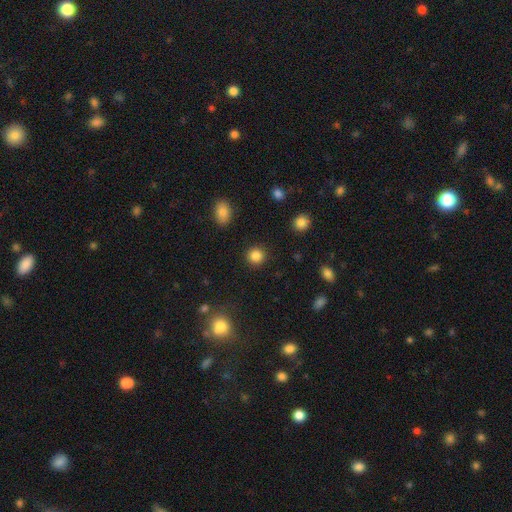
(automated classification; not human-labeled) The model was most divided on "smooth or featured": smooth: 85%, star or artifact: 11%, featured or disk: 4%. More confident: how rounded — round (92%); merging — none (91%).